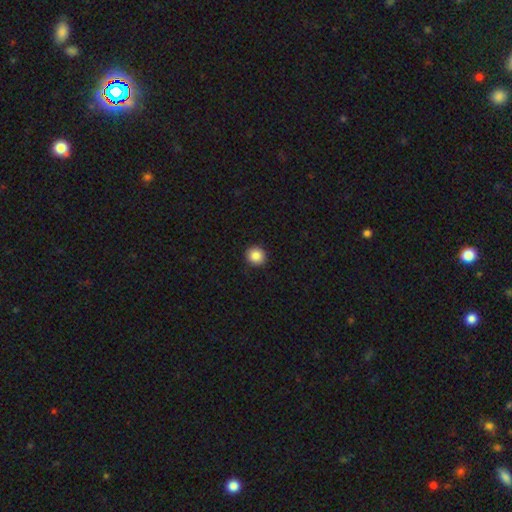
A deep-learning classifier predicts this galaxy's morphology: The model was most divided on "smooth or featured": smooth: 87%, star or artifact: 9%, featured or disk: 4%. More confident: merging — none (93%); how rounded — round (92%).